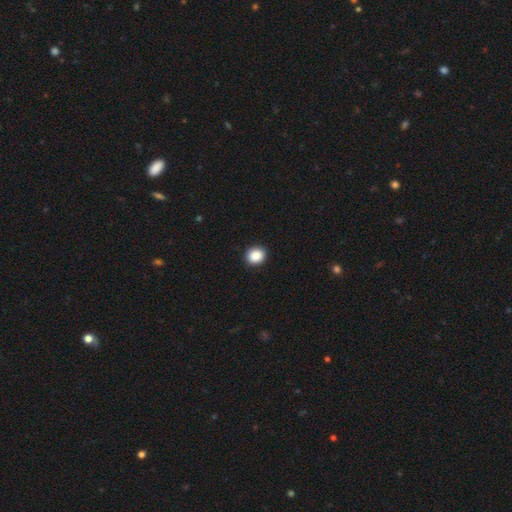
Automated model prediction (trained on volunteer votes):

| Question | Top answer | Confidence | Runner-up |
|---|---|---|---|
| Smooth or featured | smooth | 88% | star or artifact (9%) |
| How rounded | round | 76% | in between (23%) |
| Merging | none | 92% | minor disturbance (5%) |